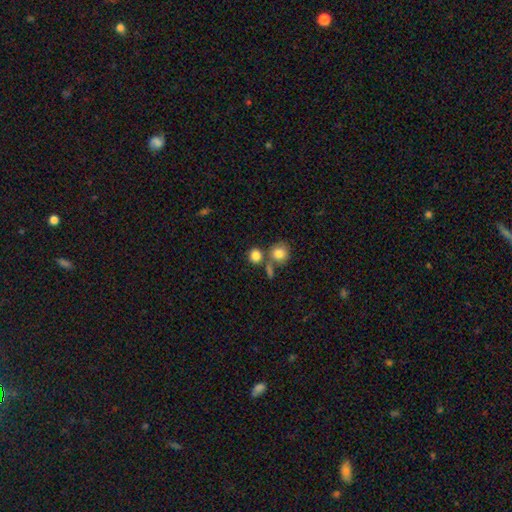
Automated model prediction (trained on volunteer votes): smooth 83%, star or artifact 10%, featured or disk 7%. Down the decision tree: how rounded — round (83%); merging — none (60%).